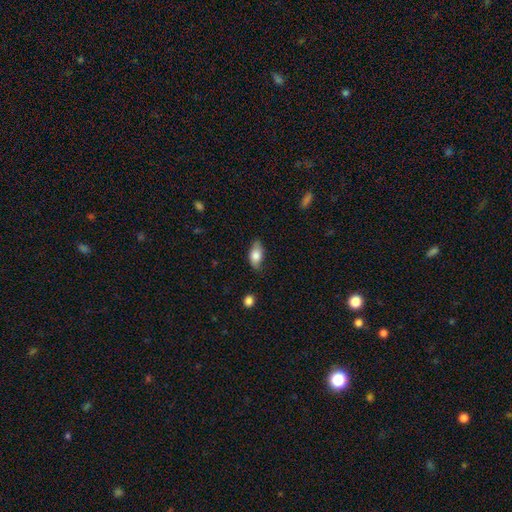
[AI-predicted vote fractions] A smooth galaxy with no disk features (79%) that is in between round and cigar-shaped (89%). Merging: none (73%).